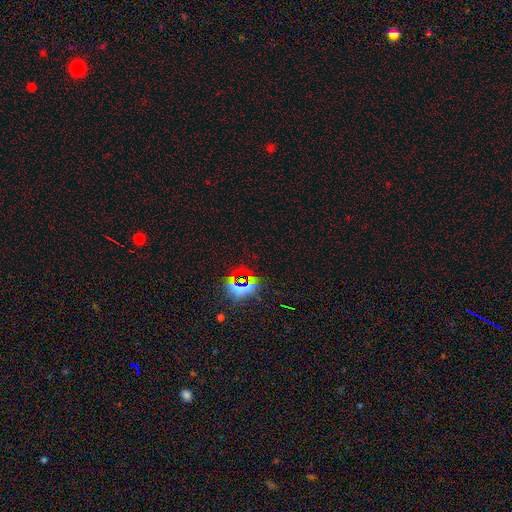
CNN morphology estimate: A star or artifact, not a galaxy (73%).